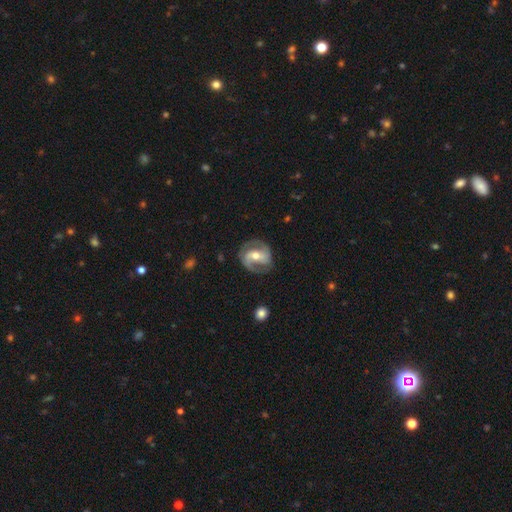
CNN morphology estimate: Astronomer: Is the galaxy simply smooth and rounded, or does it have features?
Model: featured or disk — 83%.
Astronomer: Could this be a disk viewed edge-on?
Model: no — 97%.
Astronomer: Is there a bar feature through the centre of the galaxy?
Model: strong — 40% (runner-up: weak, 38%).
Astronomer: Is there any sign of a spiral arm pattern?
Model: yes — 93%.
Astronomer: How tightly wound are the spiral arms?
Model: medium — 51% (runner-up: tight, 29%).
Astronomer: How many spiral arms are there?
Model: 2 — 88%.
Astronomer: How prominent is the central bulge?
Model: moderate — 65%.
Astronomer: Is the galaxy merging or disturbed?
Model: none — 79%.